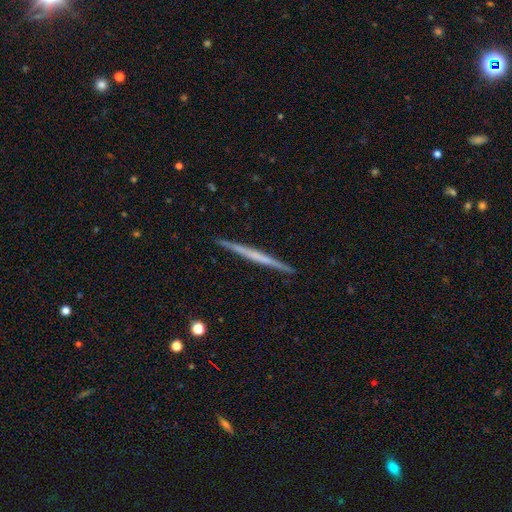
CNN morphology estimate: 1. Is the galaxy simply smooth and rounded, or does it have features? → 58% featured or disk, 36% smooth, 5% star or artifact.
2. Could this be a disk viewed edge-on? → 98% yes, 2% no.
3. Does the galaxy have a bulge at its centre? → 85% none, 10% rounded, 5% boxy.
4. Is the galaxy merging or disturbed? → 92% none, 6% minor disturbance, 1% major disturbance, 1% merger.